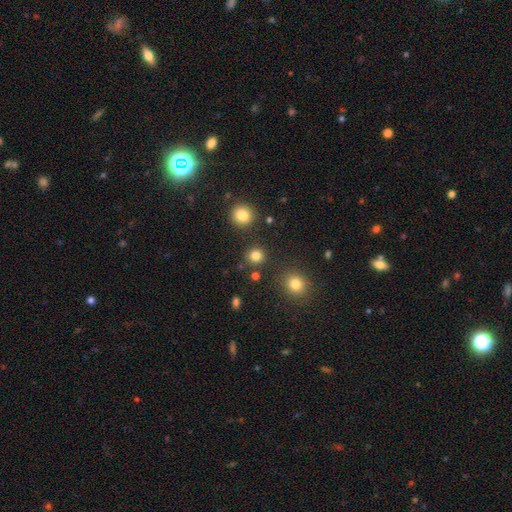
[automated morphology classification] Smooth or featured? Predicted: smooth (p=0.82). How rounded? Predicted: round (p=0.91). Merging? Predicted: none (p=0.88).